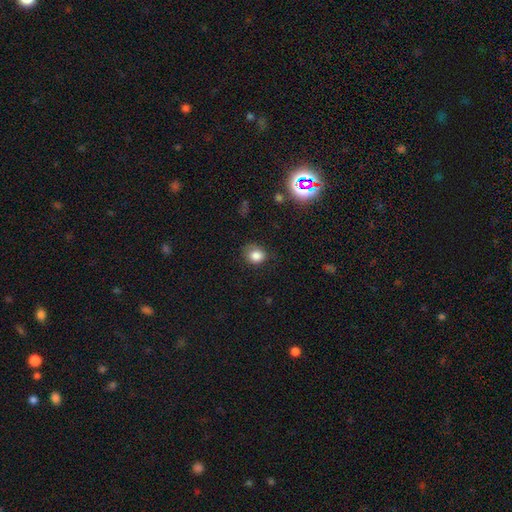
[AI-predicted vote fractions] smooth_or_featured: smooth (p=0.82) [alt: star or artifact p=0.11]
how_rounded: round (p=0.62) [alt: in between p=0.37]
merging: none (p=0.66) [alt: minor disturbance p=0.25]